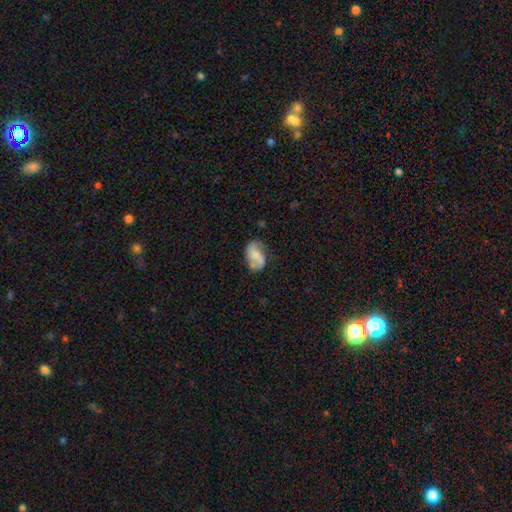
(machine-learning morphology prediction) Overall: featured or disk (58%; smooth 34%). Edge-on disk: no (97%). Bar: no (55%; weak 34%). Spiral arms: yes (85%). Bulge size: none (42%; moderate 23%). Merging: none (56%; minor disturbance 26%).